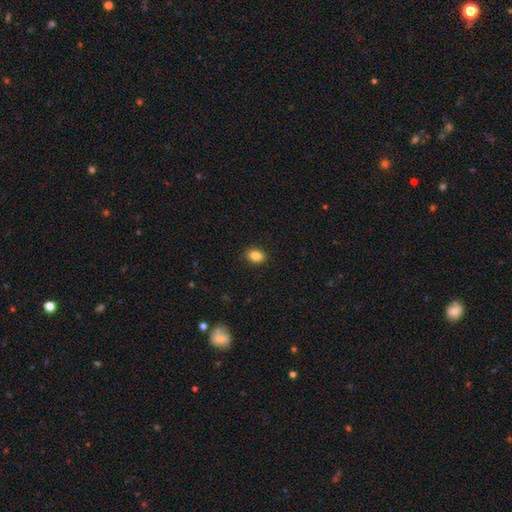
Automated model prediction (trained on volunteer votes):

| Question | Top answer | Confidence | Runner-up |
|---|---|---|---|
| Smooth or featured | smooth | 86% | star or artifact (9%) |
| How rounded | in between | 77% | round (22%) |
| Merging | none | 89% | minor disturbance (8%) |